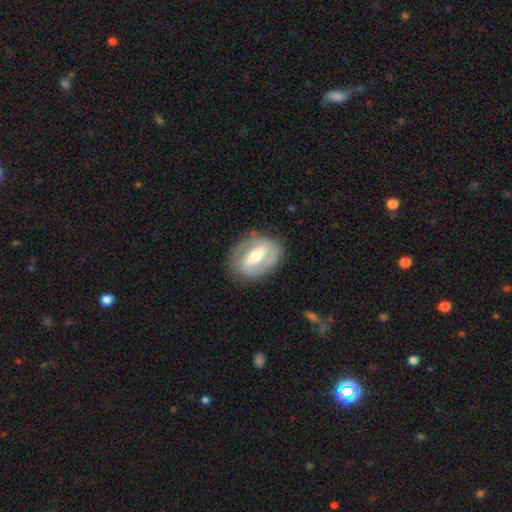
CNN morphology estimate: A featured or disk galaxy (71%) with a strong bar (52%), spiral arms (62%) and a moderate central bulge (68%). Merging: none (78%).